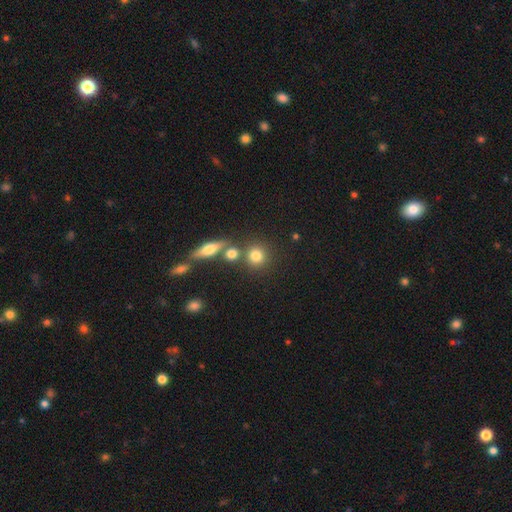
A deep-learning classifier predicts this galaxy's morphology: smooth_or_featured: smooth (p=0.77) [alt: star or artifact p=0.12]
how_rounded: round (p=0.87) [alt: in between p=0.10]
merging: none (p=0.71) [alt: merger p=0.18]